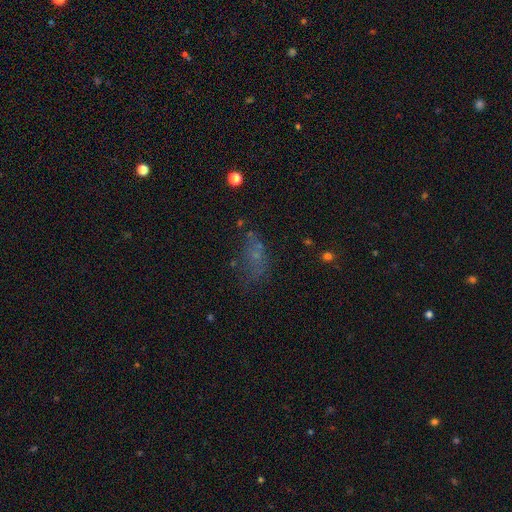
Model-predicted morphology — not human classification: A smooth galaxy with no disk features (48%).

Vote fractions:
- Smooth or featured? smooth: 48% / star or artifact: 26% / featured or disk: 25%
- Merging? none: 43% / major disturbance: 27% / minor disturbance: 23% / merger: 7%